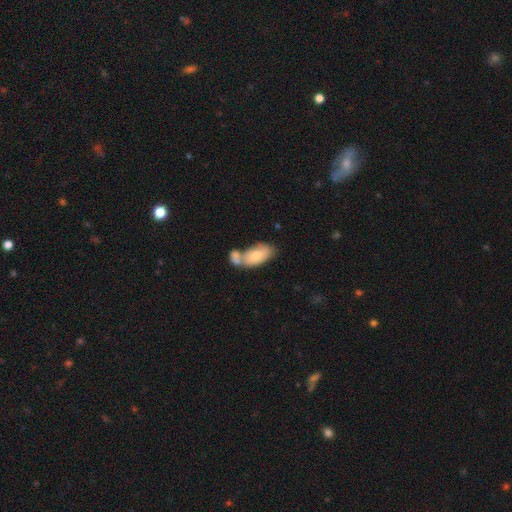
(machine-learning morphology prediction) smooth-or-featured: smooth: 69% | featured or disk: 25% | star or artifact: 6%
  how-rounded: in between: 93% | cigar-shaped: 4% | round: 3%
  merging: merger: 54% | none: 28% | minor disturbance: 13% | major disturbance: 6%